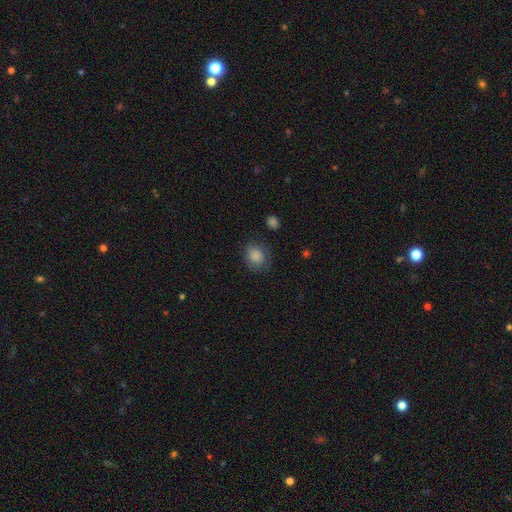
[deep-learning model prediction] This is clearly a smooth galaxy (84%). How rounded: likely round (72%). Merging: likely none (73%).